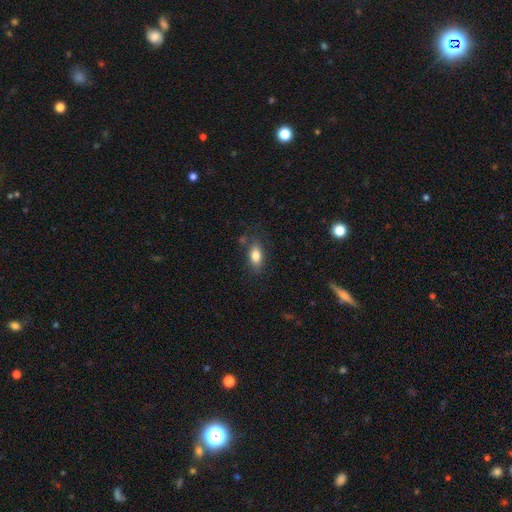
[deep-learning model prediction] Q: Smooth or featured?
A: smooth (81%); runner-up: featured or disk (11%)
Q: How rounded?
A: in between (85%); runner-up: cigar-shaped (10%)
Q: Merging?
A: none (78%); runner-up: minor disturbance (15%)